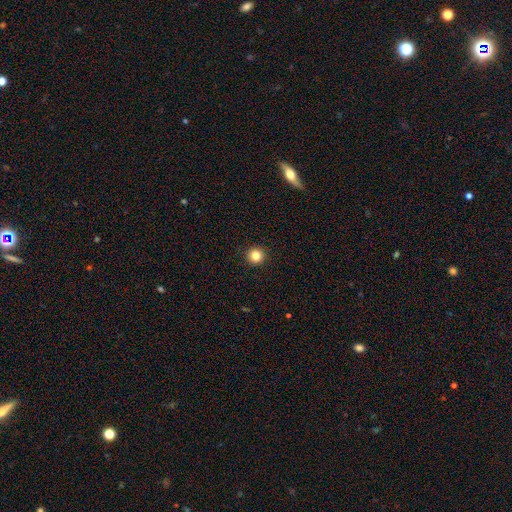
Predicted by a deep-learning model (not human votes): smooth_or_featured: smooth (p=0.83) [alt: star or artifact p=0.12]
how_rounded: round (p=0.96) [alt: in between p=0.03]
merging: none (p=0.94) [alt: minor disturbance p=0.04]